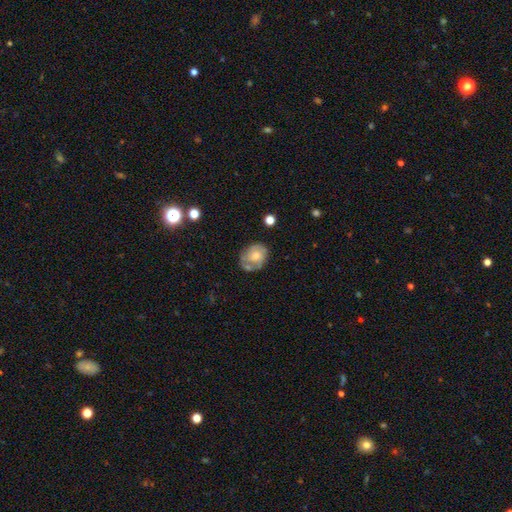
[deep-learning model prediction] Smooth or featured: smooth — 54% (featured or disk — 38%)
How rounded: round — 51% (in between — 47%)
Merging: none — 54% (minor disturbance — 27%)